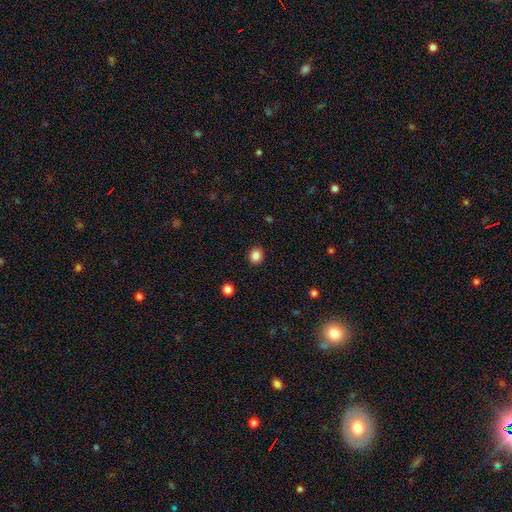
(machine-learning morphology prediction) Smooth or featured? Predicted: smooth (p=0.86). How rounded? Predicted: round (p=0.73). Merging? Predicted: none (p=0.91).